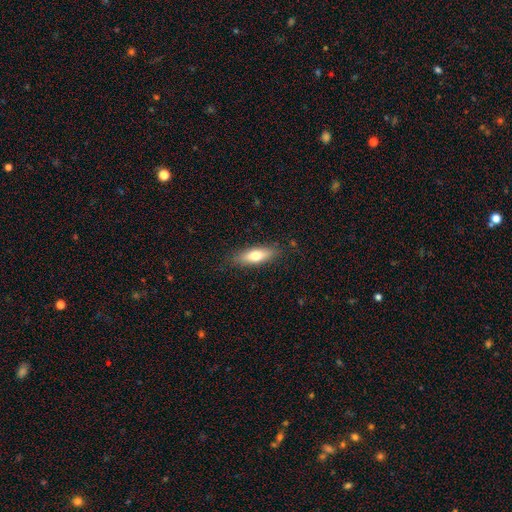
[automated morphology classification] smooth-or-featured: smooth: 69% | featured or disk: 24% | star or artifact: 7%
  how-rounded: in between: 55% | cigar-shaped: 42% | round: 3%
  merging: none: 84% | minor disturbance: 12% | major disturbance: 3% | merger: 1%